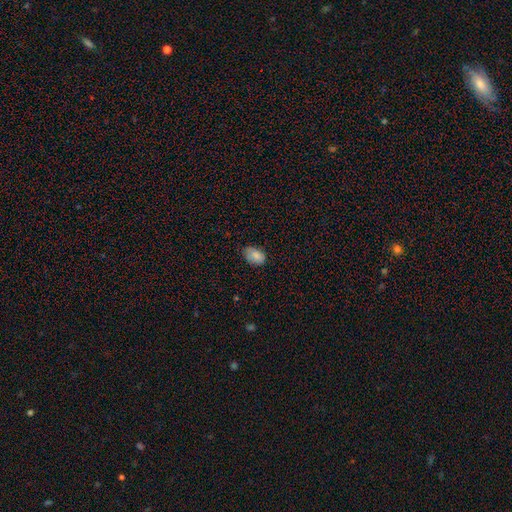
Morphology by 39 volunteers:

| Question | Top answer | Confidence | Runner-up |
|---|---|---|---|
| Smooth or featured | smooth | 82% | featured or disk (13%) |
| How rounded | in between | 100% | — |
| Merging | none | 68% | minor disturbance (24%) |